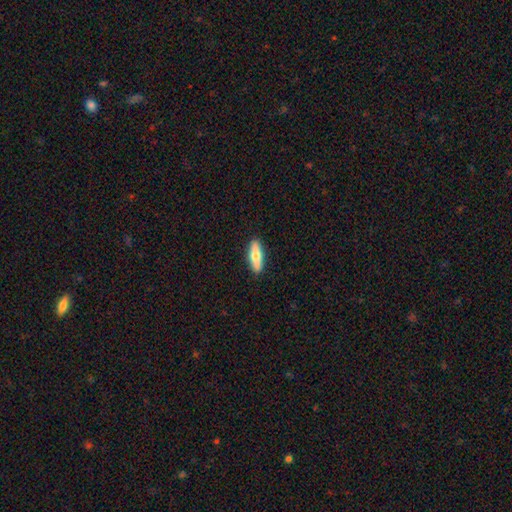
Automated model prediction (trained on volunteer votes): The model was most divided on "how rounded": cigar-shaped: 50%, in between: 48%, round: 2%. More confident: merging — none (90%); smooth or featured — smooth (66%).